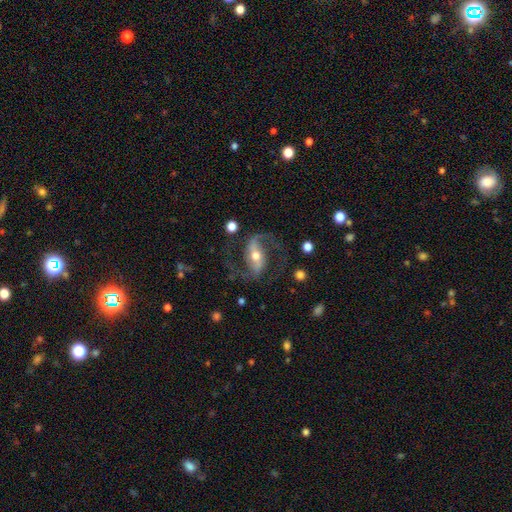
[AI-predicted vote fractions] Smooth or featured?
  - featured or disk: 89% *
  - smooth: 6%
  - star or artifact: 5%
Edge-on disk?
  - no: 97% *
  - yes: 3%
Bar?
  - strong: 47% *
  - weak: 35%
  - no: 18%
Spiral arms?
  - yes: 96% *
  - no: 4%
Spiral winding?
  - medium: 47% *
  - loose: 44%
  - tight: 9%
Spiral arm count?
  - 2: 93% *
  - 1: 2%
  - can't tell: 2%
  - 3: 1%
  - 4: 1%
  - more than 4: 1%
Bulge size?
  - moderate: 66% *
  - small: 26%
  - large: 6%
  - none: 1%
  - dominant: 1%
Merging?
  - none: 72% *
  - minor disturbance: 14%
  - major disturbance: 12%
  - merger: 2%